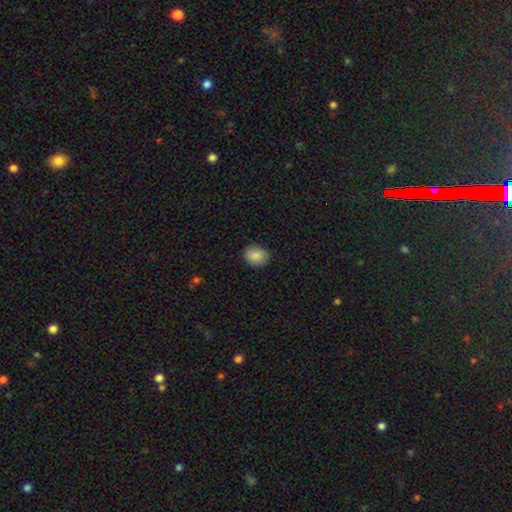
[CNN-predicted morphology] This is clearly a smooth galaxy (87%). How rounded: likely round (60%). Merging: clearly none (87%).